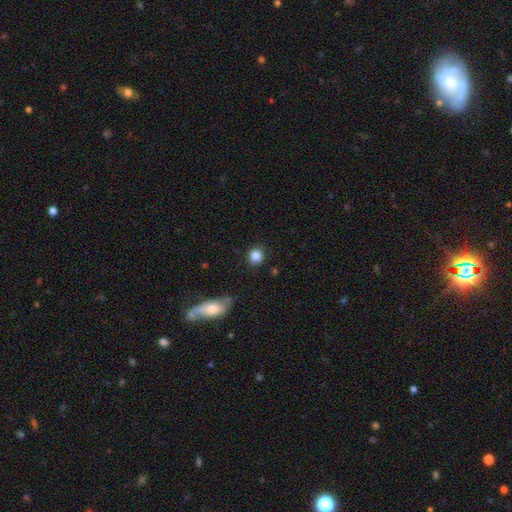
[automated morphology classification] Smooth or featured?
  - smooth: 86% *
  - star or artifact: 10%
  - featured or disk: 4%
How rounded?
  - round: 83% *
  - in between: 15%
  - cigar-shaped: 1%
Merging?
  - none: 86% *
  - minor disturbance: 9%
  - major disturbance: 3%
  - merger: 2%